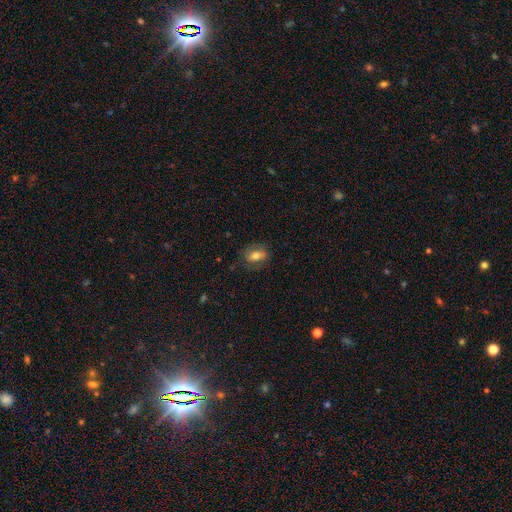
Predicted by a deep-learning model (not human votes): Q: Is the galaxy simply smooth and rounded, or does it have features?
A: smooth — 60%.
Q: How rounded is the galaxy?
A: in between — 76%.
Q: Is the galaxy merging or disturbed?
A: none — 72%.